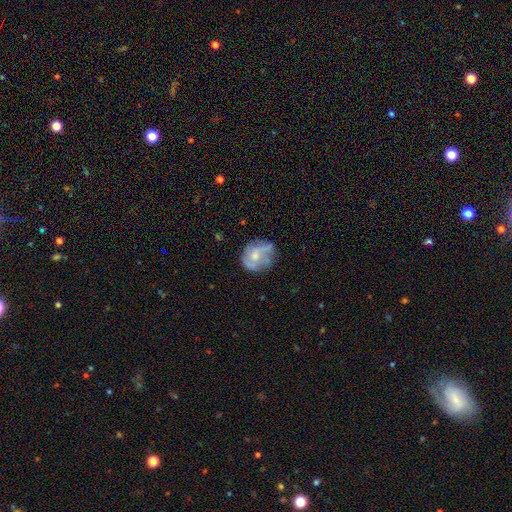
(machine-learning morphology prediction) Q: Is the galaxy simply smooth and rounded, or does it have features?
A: featured or disk — 53%.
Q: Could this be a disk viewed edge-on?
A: no — 97%.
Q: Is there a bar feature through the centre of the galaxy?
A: no — 72%.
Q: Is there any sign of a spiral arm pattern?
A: yes — 60%.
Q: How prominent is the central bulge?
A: moderate — 48%.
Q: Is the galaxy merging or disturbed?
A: none — 53%.